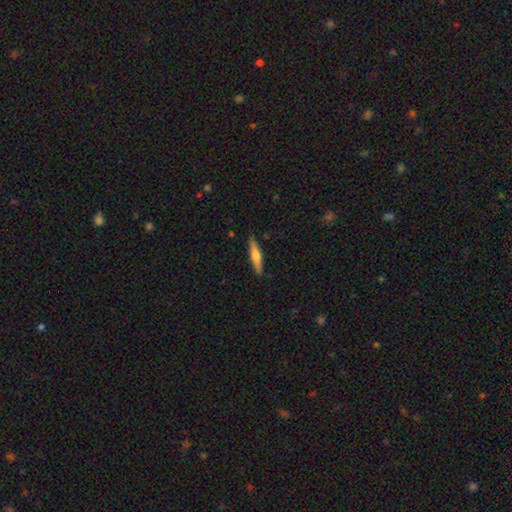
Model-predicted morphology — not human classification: Smooth or featured: smooth — 51% (featured or disk — 43%)
How rounded: cigar-shaped — 86% (in between — 12%)
Merging: none — 89% (minor disturbance — 8%)